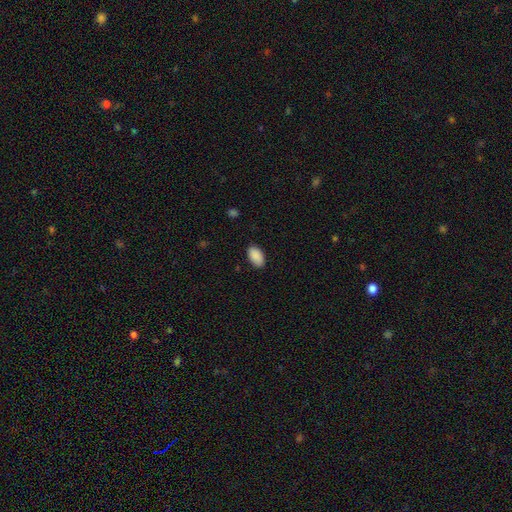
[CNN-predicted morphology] The model was most divided on "merging": none: 86%, minor disturbance: 11%, major disturbance: 2%, merger: 1%. More confident: how rounded — in between (94%); smooth or featured — smooth (90%).